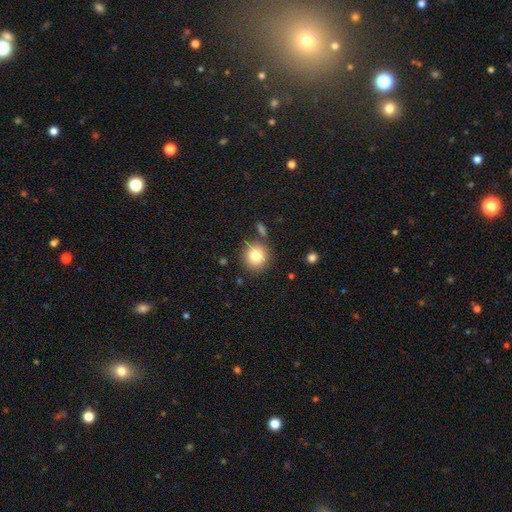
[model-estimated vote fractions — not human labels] smooth 81%, star or artifact 10%, featured or disk 9%. Down the decision tree: how rounded — round (90%); merging — none (81%).